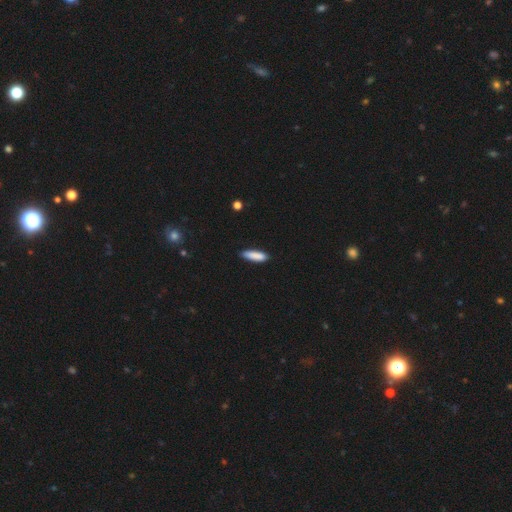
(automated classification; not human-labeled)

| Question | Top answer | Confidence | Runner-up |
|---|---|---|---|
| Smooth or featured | smooth | 88% | star or artifact (6%) |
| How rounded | cigar-shaped | 65% | in between (33%) |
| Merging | none | 84% | minor disturbance (12%) |